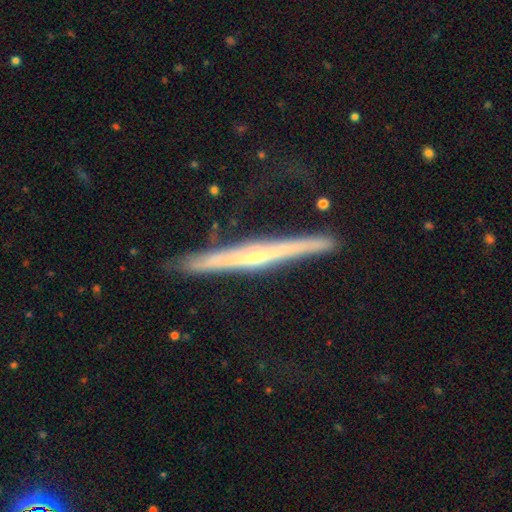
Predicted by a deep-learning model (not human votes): Overall: featured or disk (72%). Edge-on disk: yes (96%). Edge-on bulge: none (48%; rounded 45%). Merging: none (77%).